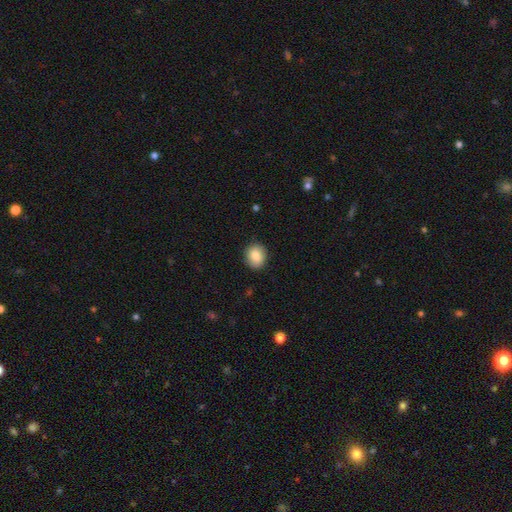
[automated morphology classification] A smooth galaxy with no disk features (85%) that is round (67%). Merging: none (88%).